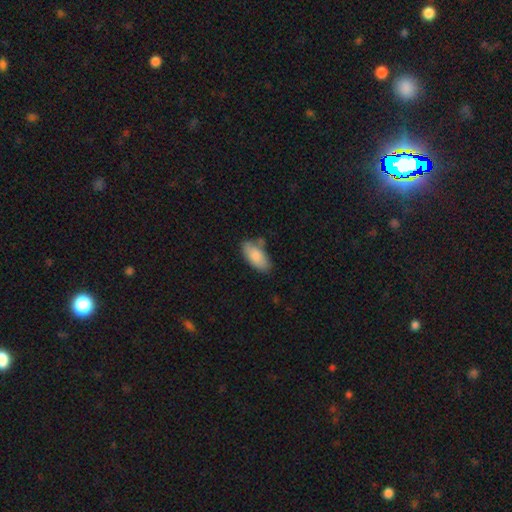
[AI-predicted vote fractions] Smooth or featured? smooth (85%)
How rounded? in between (89%)
Merging? none (68%)